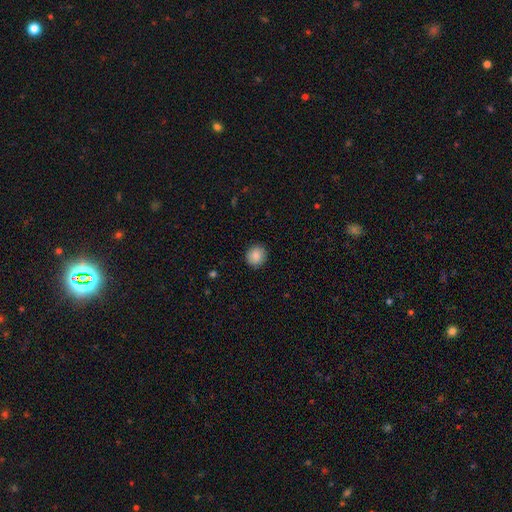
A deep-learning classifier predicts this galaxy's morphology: smooth 88%, star or artifact 8%, featured or disk 4%. Down the decision tree: how rounded — round (87%); merging — none (90%).